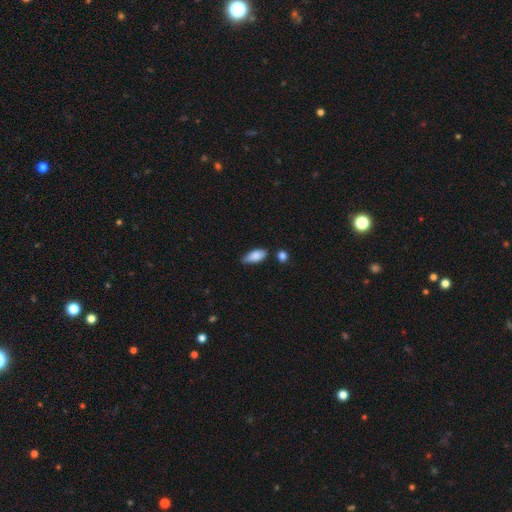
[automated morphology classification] A smooth galaxy with no disk features (84%) that is in between round and cigar-shaped (82%). Merging: none (60%).